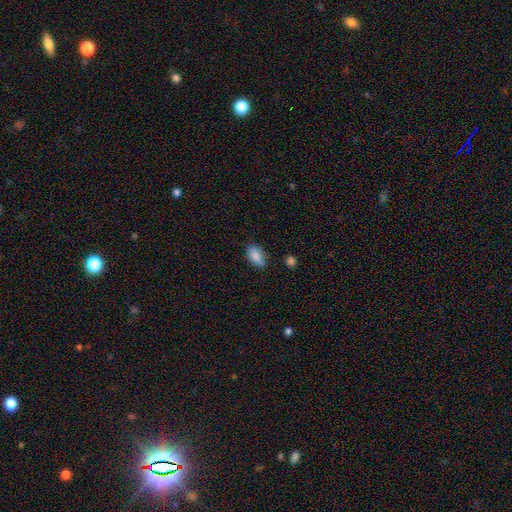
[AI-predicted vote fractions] The model was most divided on "merging": none: 67%, minor disturbance: 26%, major disturbance: 4%, merger: 2%. More confident: how rounded — in between (89%); smooth or featured — smooth (85%).